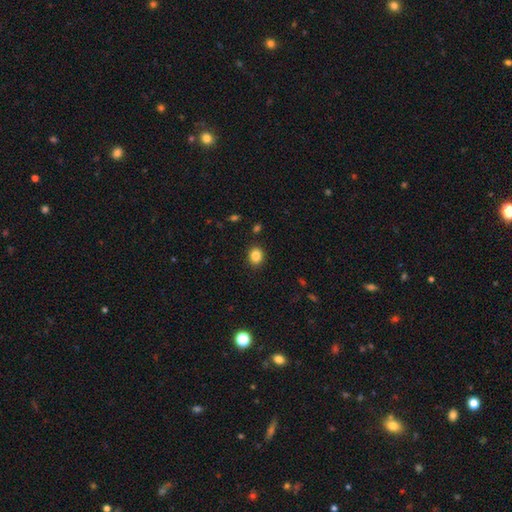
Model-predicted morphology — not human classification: Q: Smooth or featured?
A: smooth (85%); runner-up: star or artifact (11%)
Q: How rounded?
A: round (62%); runner-up: in between (38%)
Q: Merging?
A: none (90%); runner-up: minor disturbance (7%)